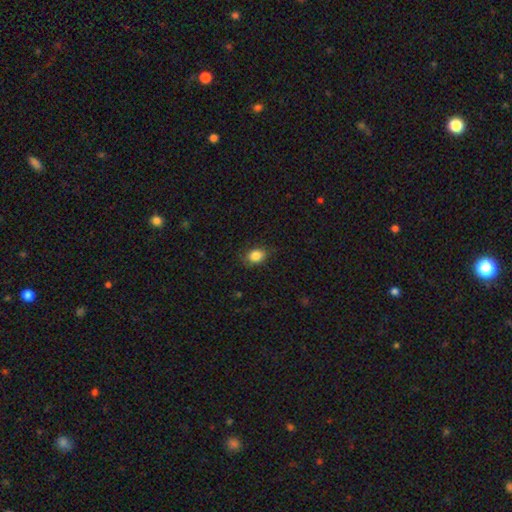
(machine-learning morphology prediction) Smooth or featured: smooth — 85% (star or artifact — 9%)
How rounded: in between — 59% (round — 40%)
Merging: none — 81% (minor disturbance — 15%)